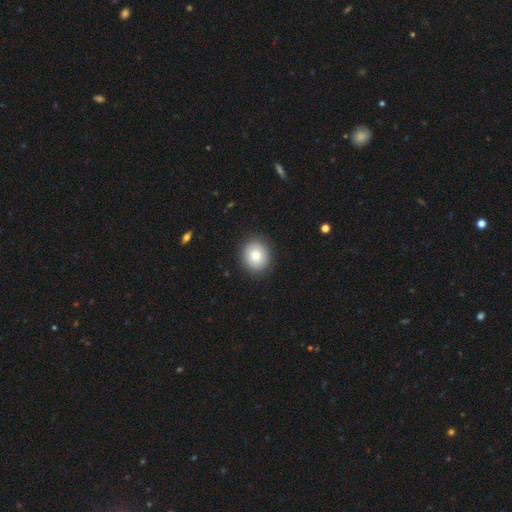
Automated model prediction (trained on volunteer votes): smooth 79%, featured or disk 12%, star or artifact 8%. Down the decision tree: how rounded — round (80%); merging — none (90%).